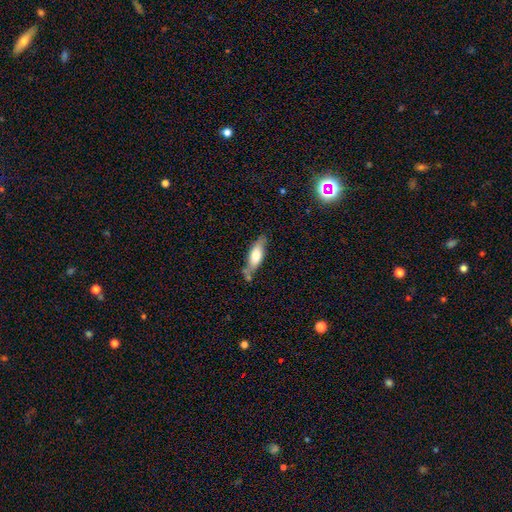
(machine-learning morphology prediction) A smooth galaxy with no disk features (63%) that is in between round and cigar-shaped (54%). Merging: none (61%).